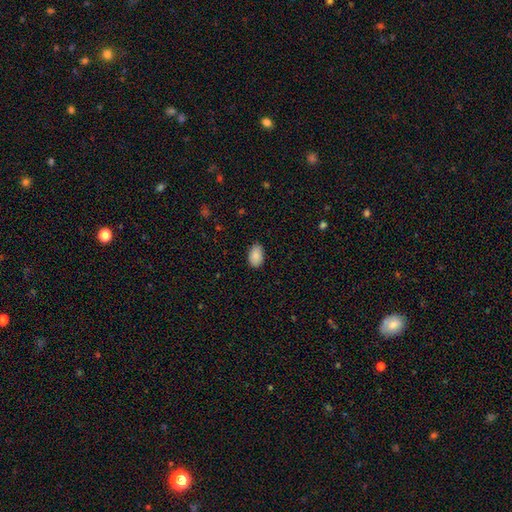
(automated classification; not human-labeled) A smooth galaxy with no disk features (89%) that is in between round and cigar-shaped (90%). Merging: none (83%).